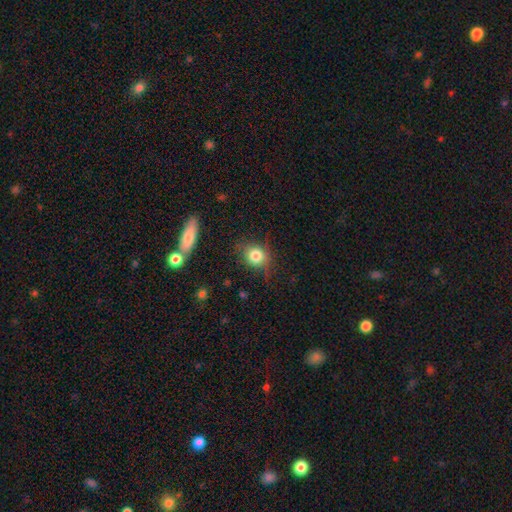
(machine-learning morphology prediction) Smooth or featured? smooth (79%)
How rounded? round (73%)
Merging? none (73%)